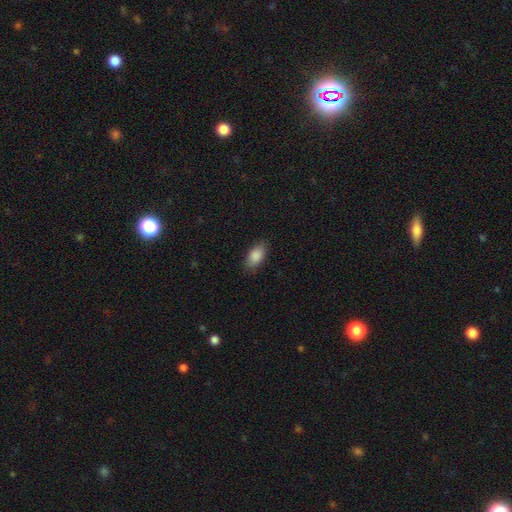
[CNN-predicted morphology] A smooth galaxy with no disk features (88%) that is in between round and cigar-shaped (91%). Merging: none (84%).